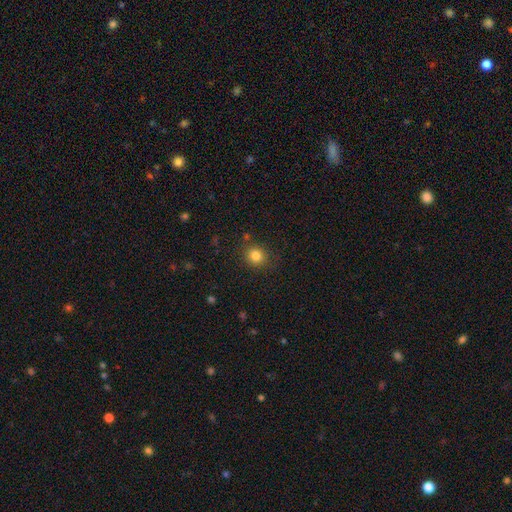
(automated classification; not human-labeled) This appears to be a smooth galaxy with no disk features (82%) that is round (84%). Merging: none (85%).